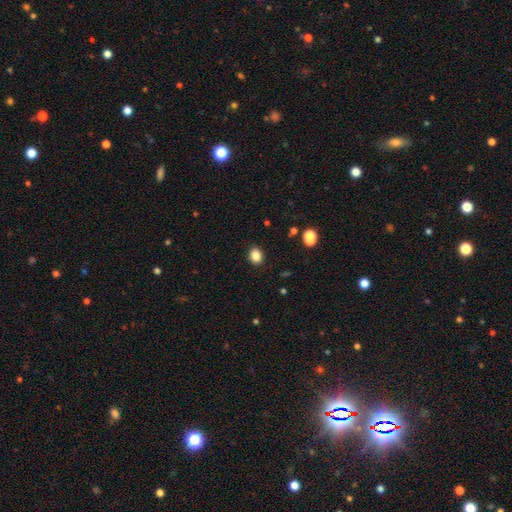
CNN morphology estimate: This is clearly a smooth galaxy (86%). How rounded: possibly in between (50%). Merging: clearly none (90%).